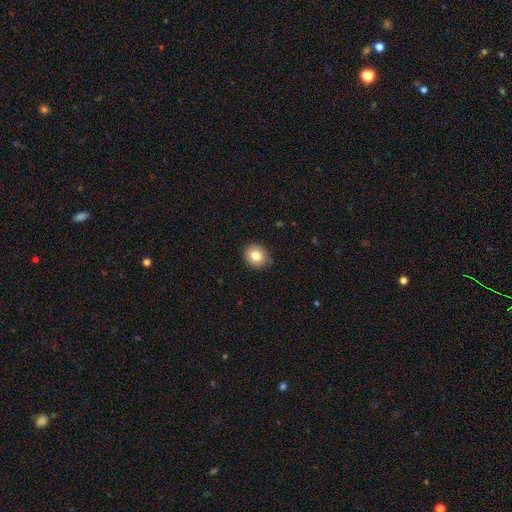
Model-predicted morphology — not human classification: Smooth or featured?
  - smooth: 81% *
  - star or artifact: 10%
  - featured or disk: 9%
How rounded?
  - round: 79% *
  - in between: 20%
  - cigar-shaped: 1%
Merging?
  - none: 89% *
  - minor disturbance: 8%
  - major disturbance: 2%
  - merger: 1%